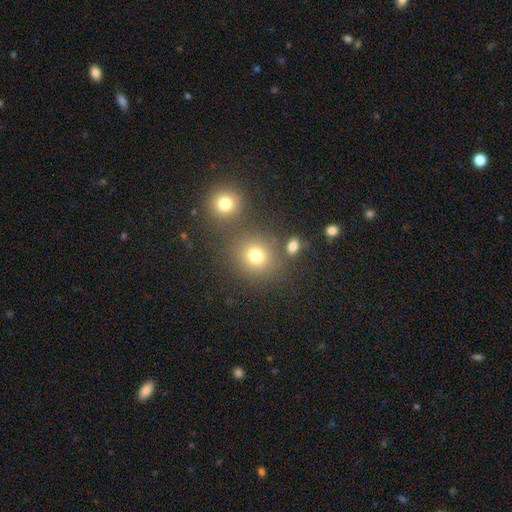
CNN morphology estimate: Smooth or featured?
  - smooth: 77% *
  - star or artifact: 16%
  - featured or disk: 8%
How rounded?
  - round: 83% *
  - in between: 16%
  - cigar-shaped: 1%
Merging?
  - none: 70% *
  - merger: 17%
  - minor disturbance: 9%
  - major disturbance: 4%